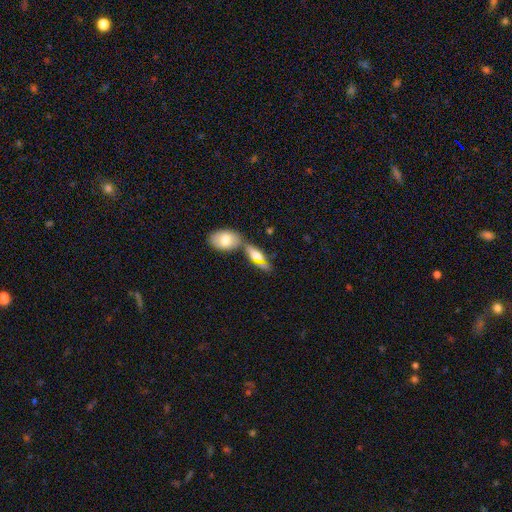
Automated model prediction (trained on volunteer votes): Smooth or featured: smooth — 56% (featured or disk — 34%)
How rounded: in between — 69% (cigar-shaped — 26%)
Merging: none — 45% (merger — 37%)